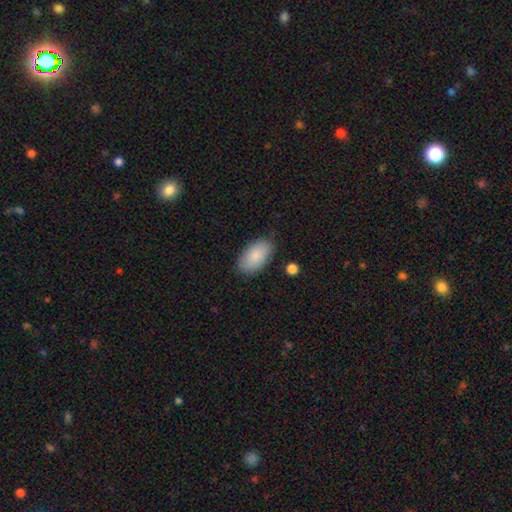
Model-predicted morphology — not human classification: smooth 85%, featured or disk 8%, star or artifact 6%. Down the decision tree: how rounded — in between (94%); merging — none (83%).